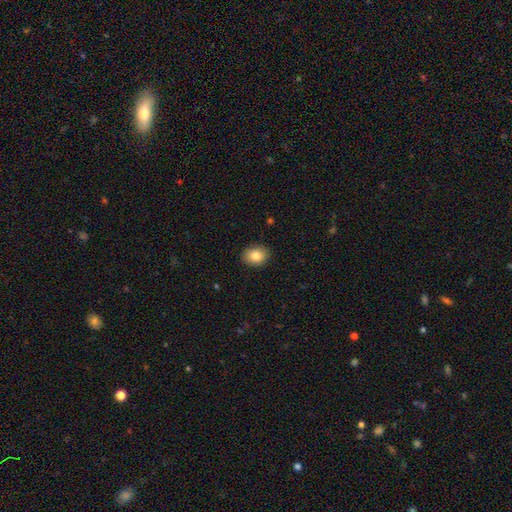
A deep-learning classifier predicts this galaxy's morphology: A smooth galaxy with no disk features (84%) that is in between round and cigar-shaped (60%). Merging: none (89%).